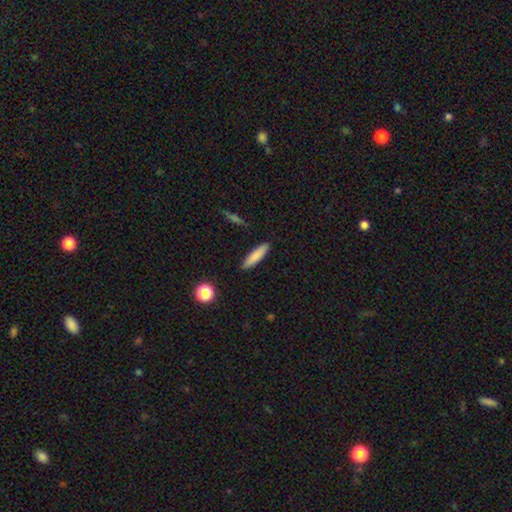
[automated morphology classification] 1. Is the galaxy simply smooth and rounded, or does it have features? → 82% smooth, 11% featured or disk, 7% star or artifact.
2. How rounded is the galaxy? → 76% cigar-shaped, 22% in between, 2% round.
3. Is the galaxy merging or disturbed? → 89% none, 8% minor disturbance, 2% major disturbance, 2% merger.